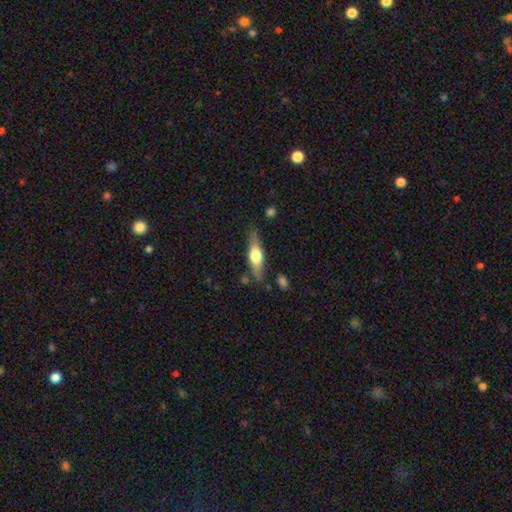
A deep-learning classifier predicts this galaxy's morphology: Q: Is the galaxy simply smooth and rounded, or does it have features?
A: featured or disk — 52%.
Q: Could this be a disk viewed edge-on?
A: yes — 91%.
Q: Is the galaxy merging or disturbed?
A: none — 81%.